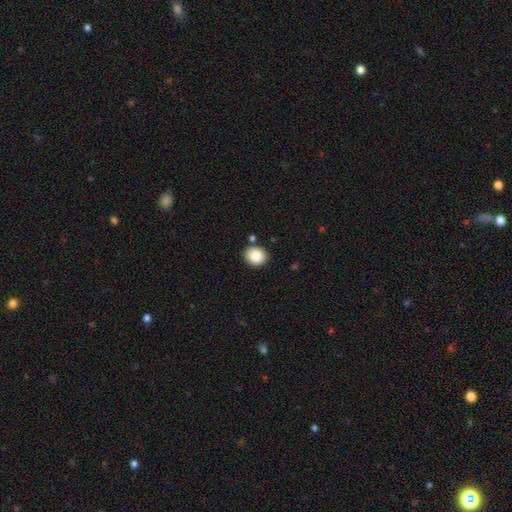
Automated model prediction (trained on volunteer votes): Smooth or featured? Predicted: smooth (p=0.86). How rounded? Predicted: round (p=0.75). Merging? Predicted: none (p=0.83).